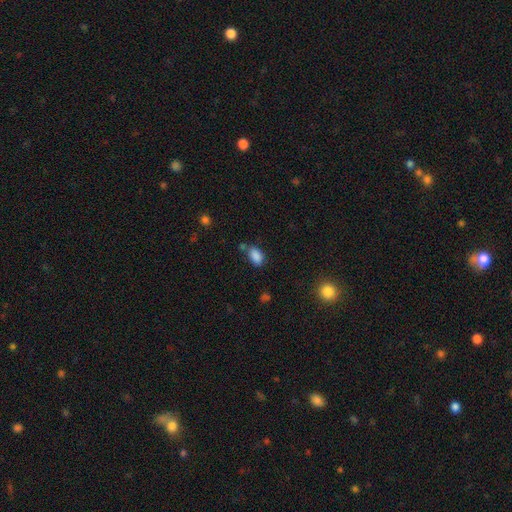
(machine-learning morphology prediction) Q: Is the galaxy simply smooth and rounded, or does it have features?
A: smooth — 86%.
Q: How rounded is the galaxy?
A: in between — 90%.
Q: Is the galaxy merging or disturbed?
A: none — 63%.